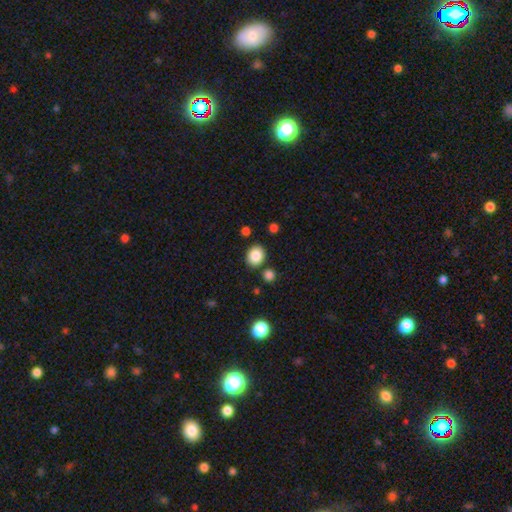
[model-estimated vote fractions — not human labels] Smooth or featured? smooth (86%)
How rounded? round (65%)
Merging? none (82%)